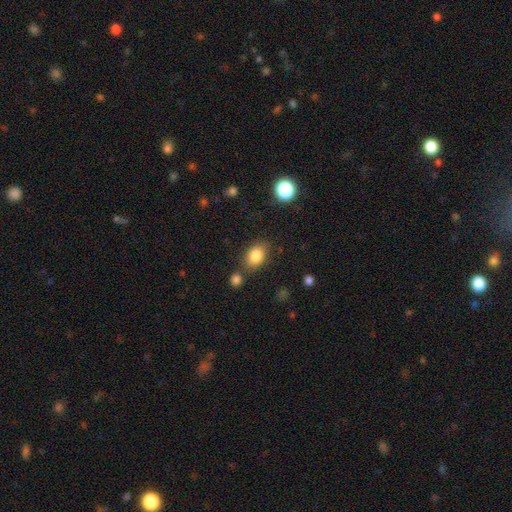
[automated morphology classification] A smooth galaxy with no disk features (83%) that is in between round and cigar-shaped (77%). Merging: none (75%).